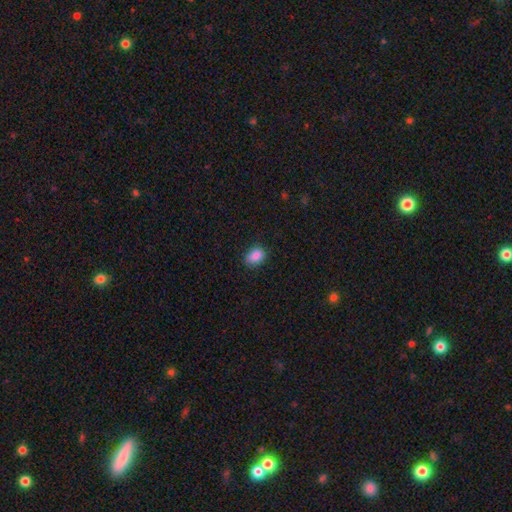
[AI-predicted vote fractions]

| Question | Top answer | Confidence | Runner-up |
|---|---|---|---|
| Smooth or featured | smooth | 87% | star or artifact (9%) |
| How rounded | in between | 75% | round (23%) |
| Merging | none | 76% | minor disturbance (19%) |